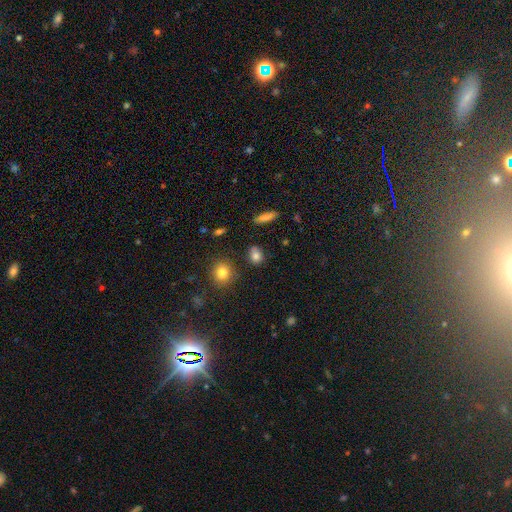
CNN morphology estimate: Smooth or featured: smooth — 80% (star or artifact — 13%)
How rounded: round — 54% (in between — 44%)
Merging: none — 74% (minor disturbance — 16%)